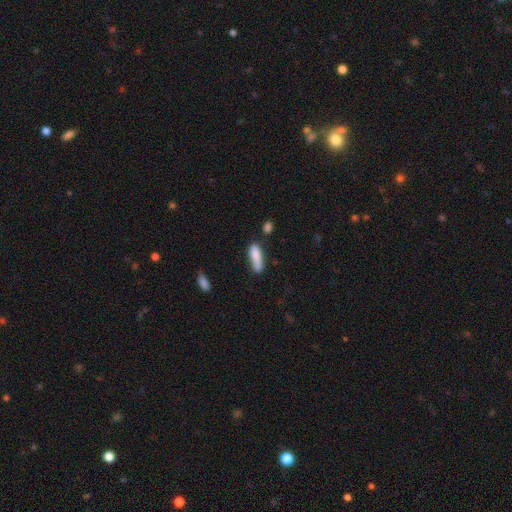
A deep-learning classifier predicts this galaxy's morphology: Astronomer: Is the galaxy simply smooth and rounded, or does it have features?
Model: smooth — 83%.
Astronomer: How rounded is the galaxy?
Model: cigar-shaped — 59% (runner-up: in between, 39%).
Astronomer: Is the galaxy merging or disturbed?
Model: none — 58%.